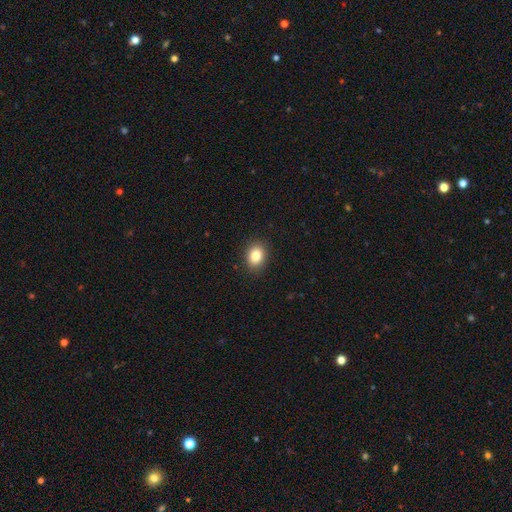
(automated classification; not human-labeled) Q: Smooth or featured?
A: smooth (86%); runner-up: star or artifact (9%)
Q: How rounded?
A: in between (62%); runner-up: round (37%)
Q: Merging?
A: none (89%); runner-up: minor disturbance (8%)